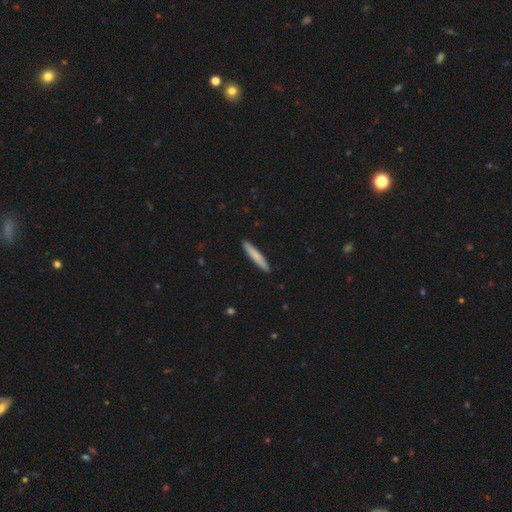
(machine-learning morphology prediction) Smooth or featured? Predicted: smooth (p=0.78). How rounded? Predicted: cigar-shaped (p=0.94). Merging? Predicted: none (p=0.91).